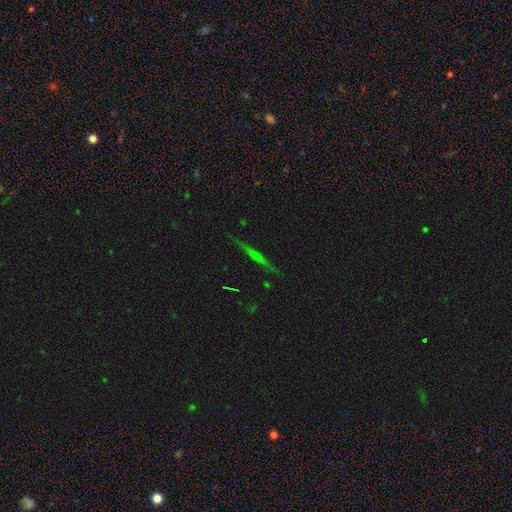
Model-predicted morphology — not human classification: type=featured or disk (70%); edge-on=yes (97%); edge-on bulge=rounded (56%); merging=none (90%).